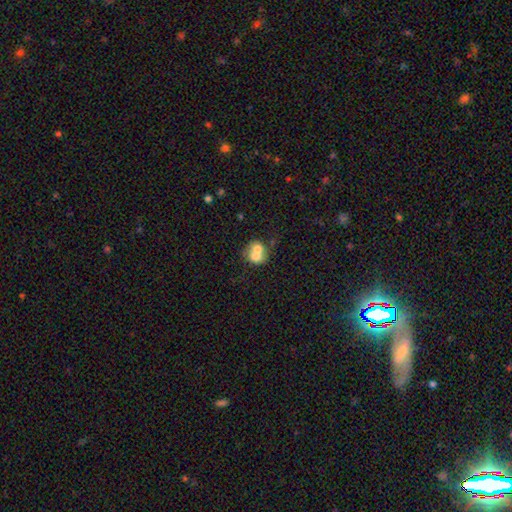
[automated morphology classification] Smooth or featured?
  - smooth: 67% *
  - featured or disk: 24%
  - star or artifact: 9%
How rounded?
  - round: 66% *
  - in between: 33%
  - cigar-shaped: 1%
Merging?
  - merger: 67% *
  - none: 23%
  - minor disturbance: 6%
  - major disturbance: 3%